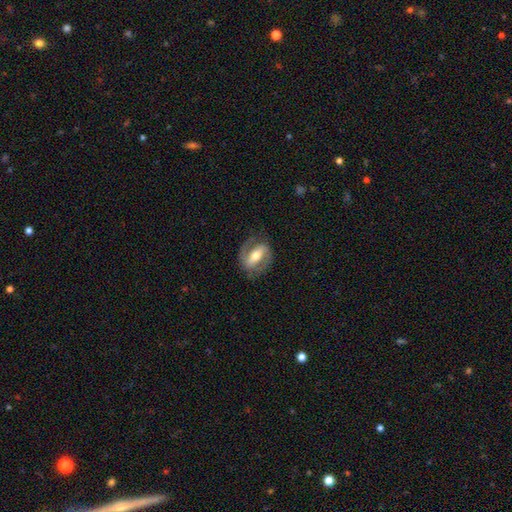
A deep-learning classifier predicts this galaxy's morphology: Smooth or featured: featured or disk — 78% (smooth — 17%)
Edge-on disk: no — 94% (yes — 6%)
Bar: strong — 61% (weak — 26%)
Spiral arms: yes — 84% (no — 16%)
Spiral winding: medium — 48% (tight — 34%)
Spiral arm count: 2 — 85% (1 — 6%)
Bulge size: moderate — 68% (small — 21%)
Merging: none — 77% (minor disturbance — 14%)